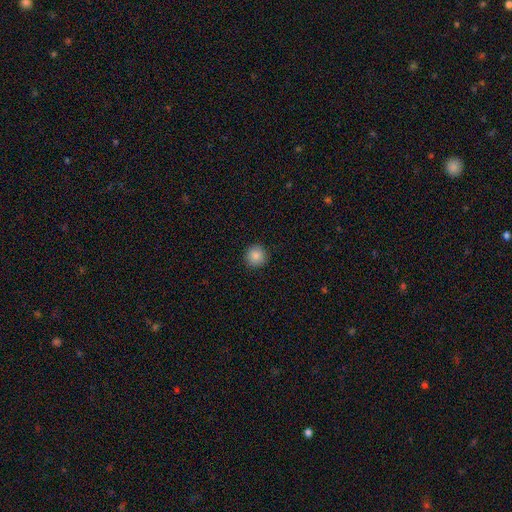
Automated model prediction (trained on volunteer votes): The model was most divided on "smooth or featured": smooth: 87%, star or artifact: 9%, featured or disk: 4%. More confident: how rounded — round (95%); merging — none (93%).